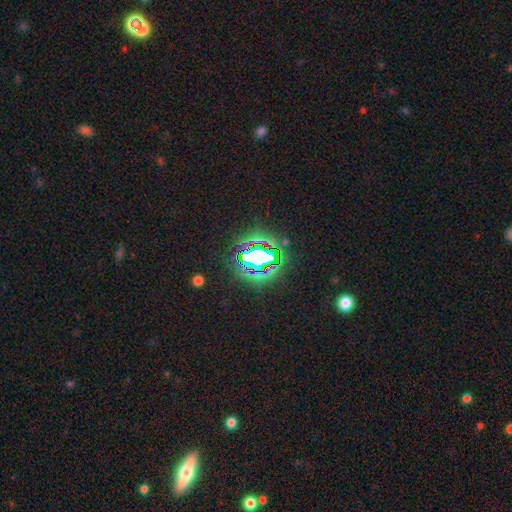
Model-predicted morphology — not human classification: Smooth or featured? star or artifact (71%)